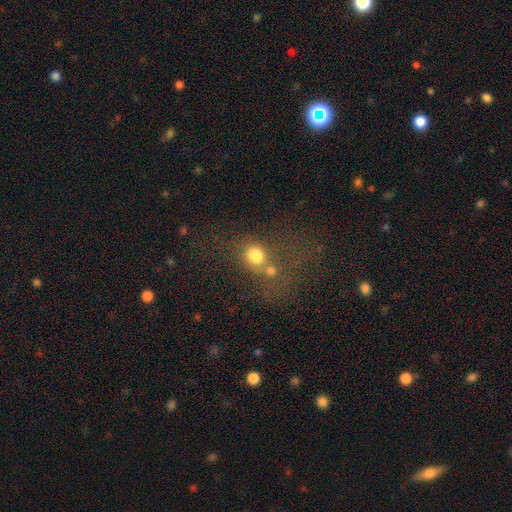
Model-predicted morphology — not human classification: smooth_or_featured: smooth (p=0.73) [alt: star or artifact p=0.16]
how_rounded: round (p=0.70) [alt: in between p=0.29]
merging: merger (p=0.44) [alt: none p=0.37]